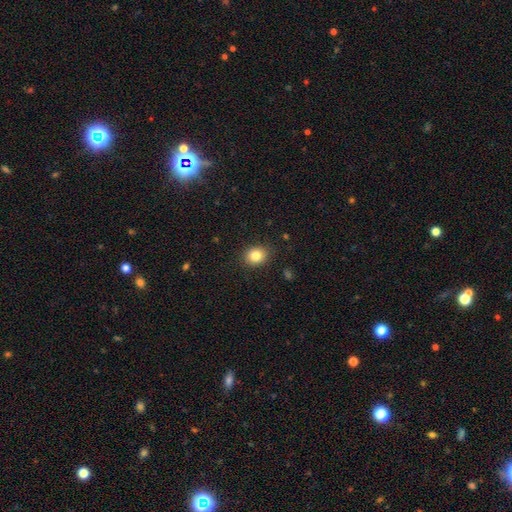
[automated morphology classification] Smooth or featured? smooth (83%)
How rounded? round (58%)
Merging? none (89%)